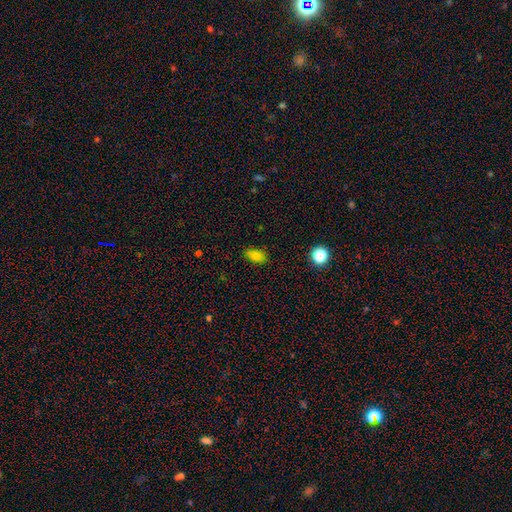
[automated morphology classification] type=smooth (81%); roundness=in between (88%); merging=none (84%).